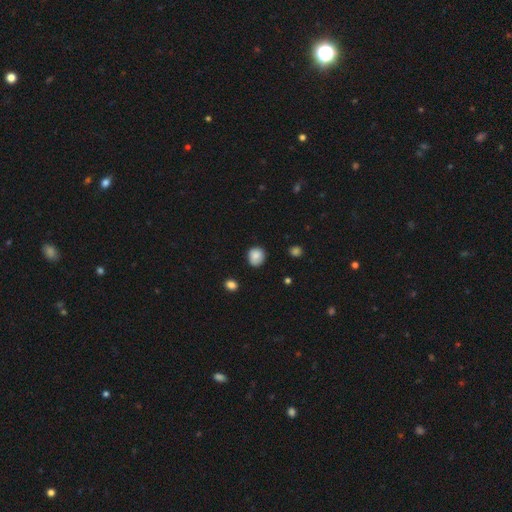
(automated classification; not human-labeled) This appears to be a smooth galaxy with no disk features (84%) that is round (82%). Merging: none (77%).